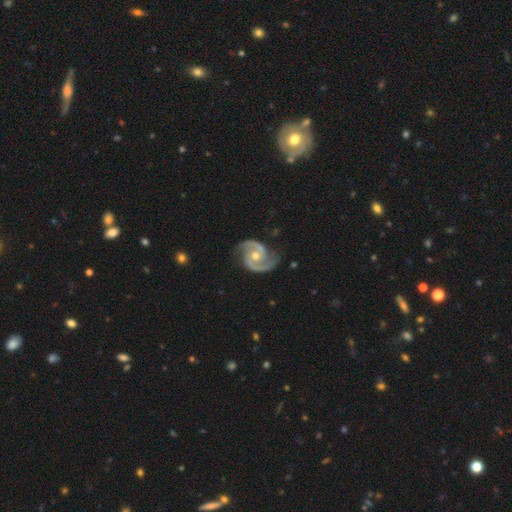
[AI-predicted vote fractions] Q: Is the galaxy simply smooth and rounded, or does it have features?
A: featured or disk — 94%.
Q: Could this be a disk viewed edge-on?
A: no — 98%.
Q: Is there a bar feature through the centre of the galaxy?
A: no — 59%.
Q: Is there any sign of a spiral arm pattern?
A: yes — 98%.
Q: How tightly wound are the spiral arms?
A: medium — 58%.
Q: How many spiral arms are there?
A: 2 — 94%.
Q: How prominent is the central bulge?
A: moderate — 70%.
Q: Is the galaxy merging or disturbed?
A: none — 80%.